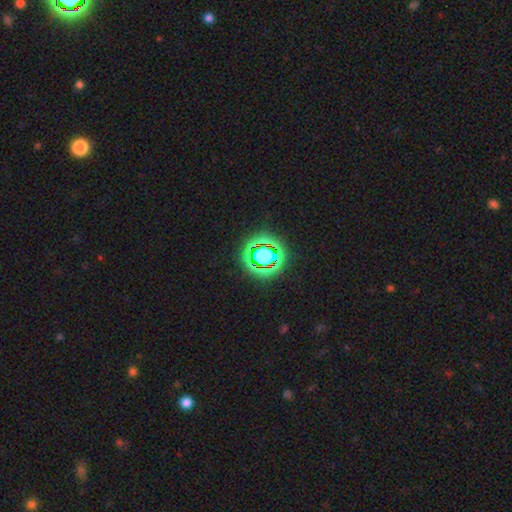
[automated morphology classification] A star or artifact, not a galaxy (78%).

Vote fractions:
- Smooth or featured? star or artifact: 78% / smooth: 15% / featured or disk: 7%